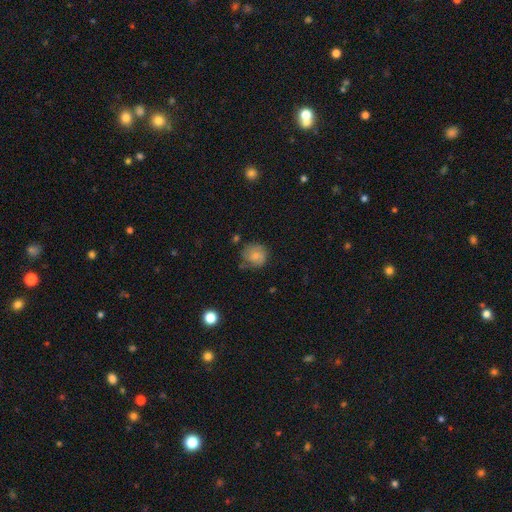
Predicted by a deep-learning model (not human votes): Q: Smooth or featured?
A: smooth (55%); runner-up: featured or disk (36%)
Q: How rounded?
A: round (83%); runner-up: in between (16%)
Q: Merging?
A: none (63%); runner-up: minor disturbance (25%)